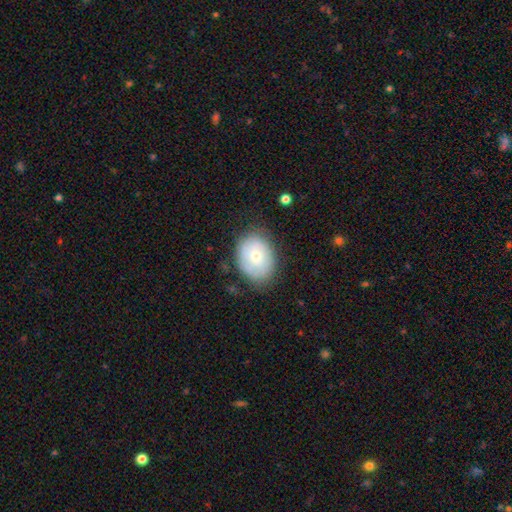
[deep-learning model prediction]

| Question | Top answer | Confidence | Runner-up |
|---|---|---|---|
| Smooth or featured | smooth | 55% | featured or disk (38%) |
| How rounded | in between | 60% | round (39%) |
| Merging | none | 73% | minor disturbance (20%) |